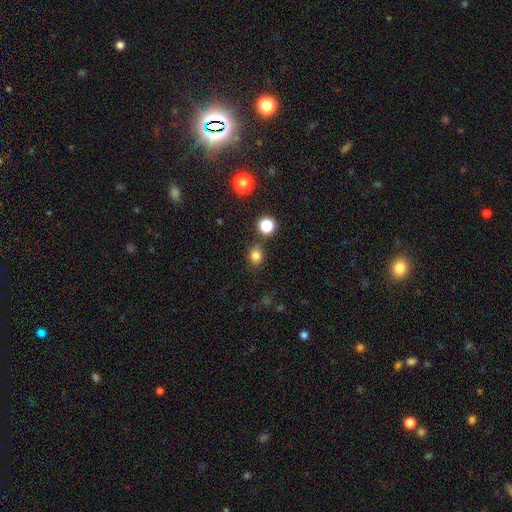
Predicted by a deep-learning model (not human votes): smooth 79%, star or artifact 16%, featured or disk 5%. Down the decision tree: how rounded — round (67%); merging — none (74%).